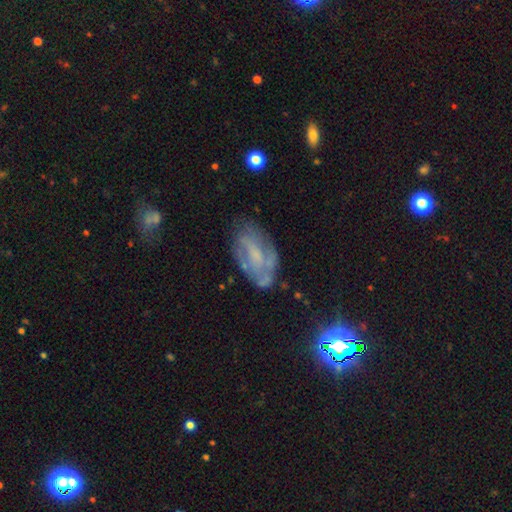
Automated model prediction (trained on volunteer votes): This appears to be a featured or disk galaxy (63%) with no bar (52%), spiral arms (58%) and no central bulge (39%). Merging: none (58%).